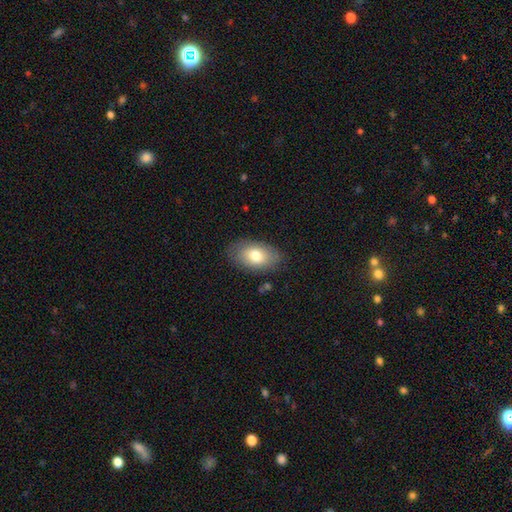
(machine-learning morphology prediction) This appears to be a smooth galaxy with no disk features (76%) that is in between round and cigar-shaped (90%). Merging: none (81%).